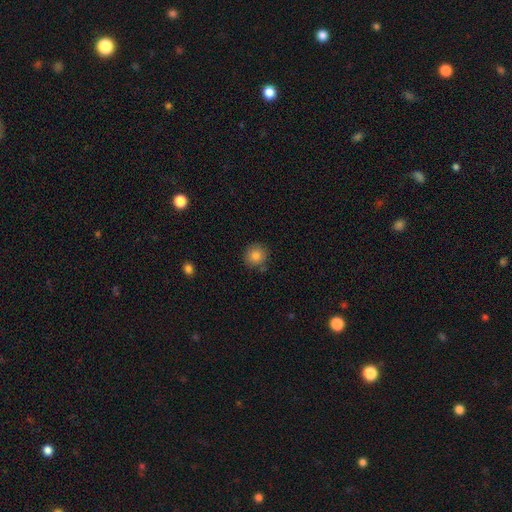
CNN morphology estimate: smooth-or-featured: smooth: 85% | star or artifact: 9% | featured or disk: 6%
  how-rounded: round: 92% | in between: 7% | cigar-shaped: 1%
  merging: none: 82% | minor disturbance: 11% | merger: 4% | major disturbance: 3%